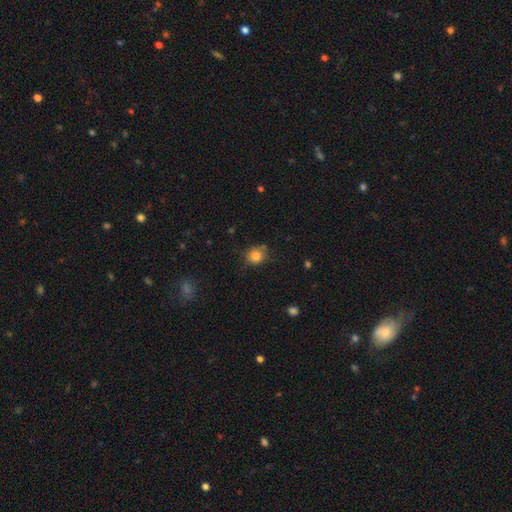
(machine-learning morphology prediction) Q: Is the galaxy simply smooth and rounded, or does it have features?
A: smooth — 82%.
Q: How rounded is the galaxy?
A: round — 82%.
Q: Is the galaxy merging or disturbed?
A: none — 76%.